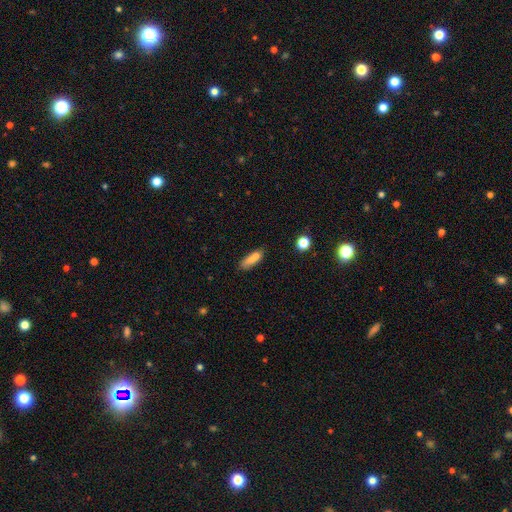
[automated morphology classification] smooth 74%, featured or disk 16%, star or artifact 10%. Down the decision tree: how rounded — cigar-shaped (48%); merging — none (54%).